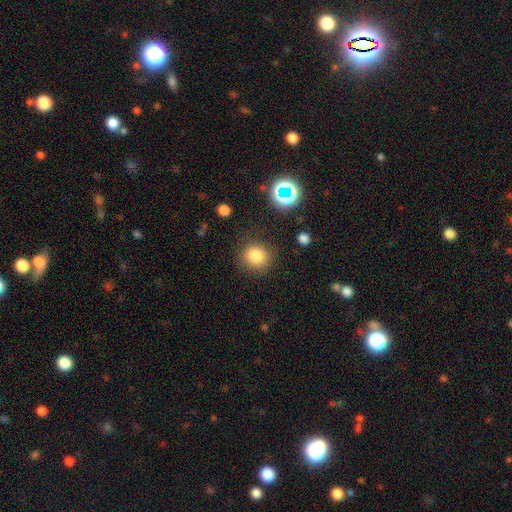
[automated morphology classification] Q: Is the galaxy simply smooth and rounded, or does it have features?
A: smooth — 81%.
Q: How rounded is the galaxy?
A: round — 86%.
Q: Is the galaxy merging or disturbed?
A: none — 84%.